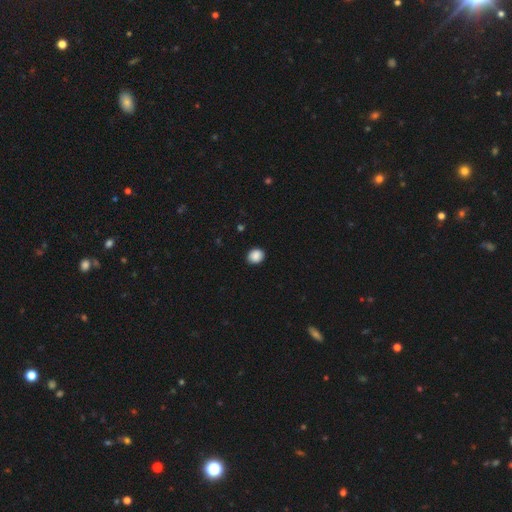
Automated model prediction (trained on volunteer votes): A smooth galaxy with no disk features (88%) that is round (73%). Merging: none (90%).